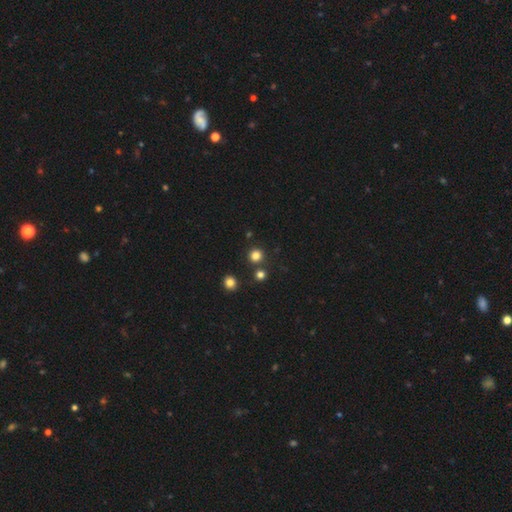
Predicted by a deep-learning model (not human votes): A smooth galaxy with no disk features (81%) that is round (92%).

Vote fractions:
- Smooth or featured? smooth: 81% / star or artifact: 15% / featured or disk: 4%
- How rounded? round: 92% / in between: 7% / cigar-shaped: 1%
- Merging? none: 84% / merger: 8% / minor disturbance: 6% / major disturbance: 2%